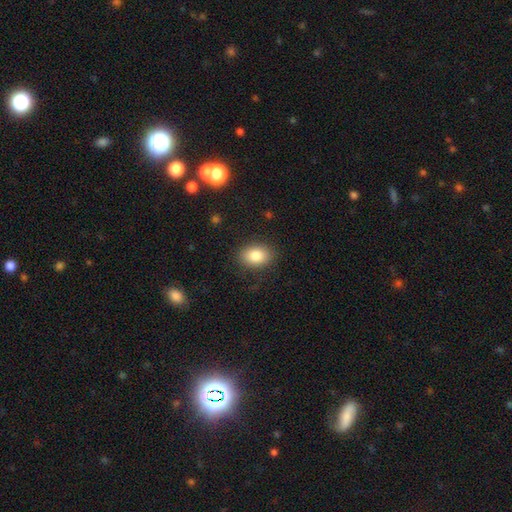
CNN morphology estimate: This appears to be a smooth galaxy with no disk features (84%) that is in between round and cigar-shaped (77%). Merging: none (85%).